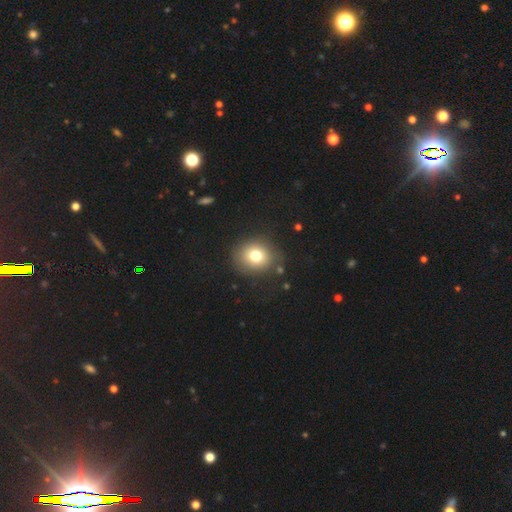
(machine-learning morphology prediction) smooth 75%, featured or disk 13%, star or artifact 12%. Down the decision tree: how rounded — round (72%); merging — none (82%).